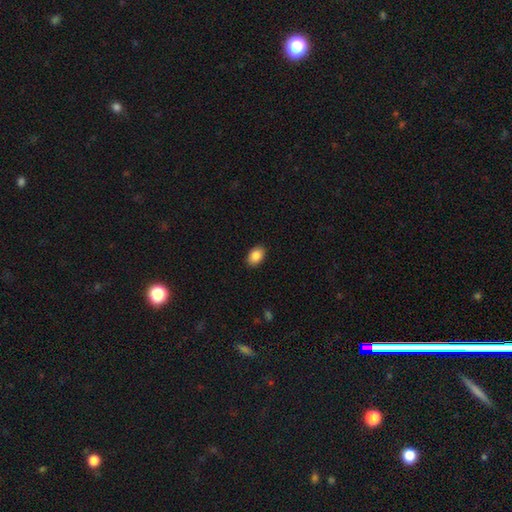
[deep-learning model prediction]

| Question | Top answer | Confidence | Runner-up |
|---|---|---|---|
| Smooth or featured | smooth | 88% | star or artifact (7%) |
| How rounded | in between | 85% | round (14%) |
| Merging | none | 89% | minor disturbance (8%) |